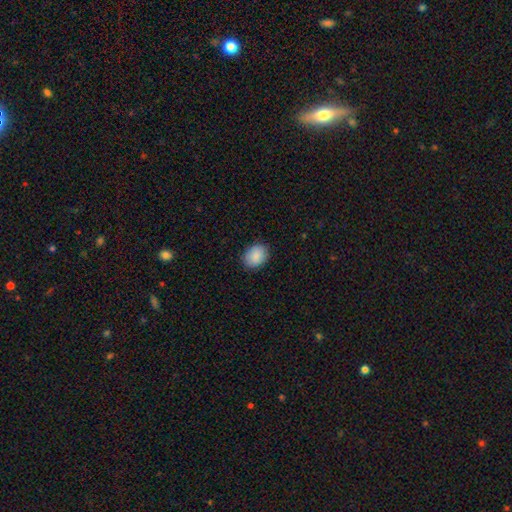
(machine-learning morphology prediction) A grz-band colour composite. It shows a smooth galaxy with no disk features (89%) that is in between round and cigar-shaped (62%). Merging: none (87%).